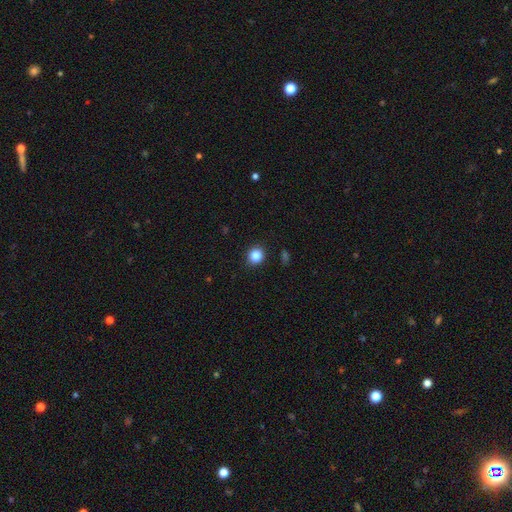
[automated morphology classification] A smooth galaxy with no disk features (85%) that is round (82%). Merging: none (90%).